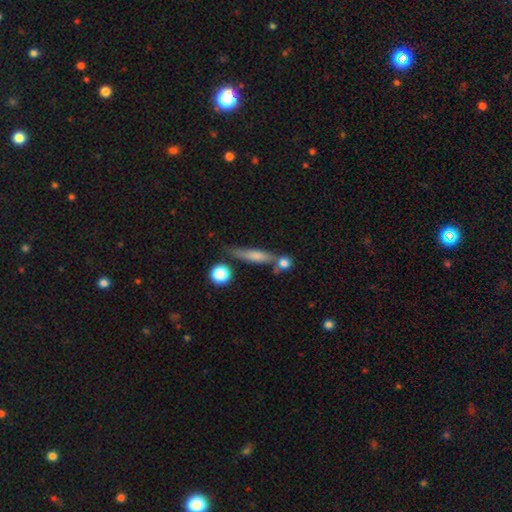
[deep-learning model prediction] Morphology: type=smooth (57%); roundness=cigar-shaped (75%); merging=none (61%).